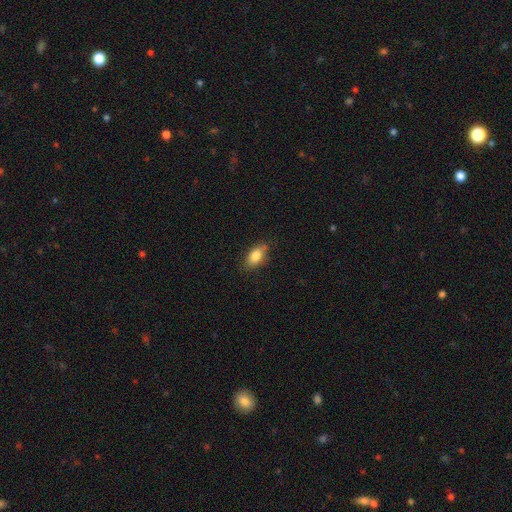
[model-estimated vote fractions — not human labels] smooth_or_featured: smooth (p=0.83) [alt: featured or disk p=0.09]
how_rounded: in between (p=0.88) [alt: round p=0.07]
merging: none (p=0.76) [alt: minor disturbance p=0.19]